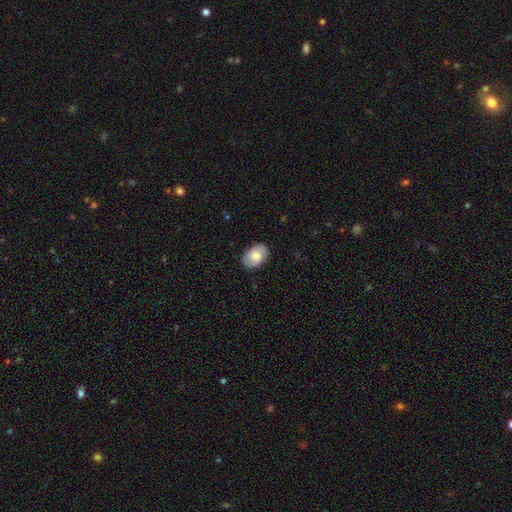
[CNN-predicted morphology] A smooth galaxy with no disk features (71%) that is in between round and cigar-shaped (85%). Merging: none (83%).